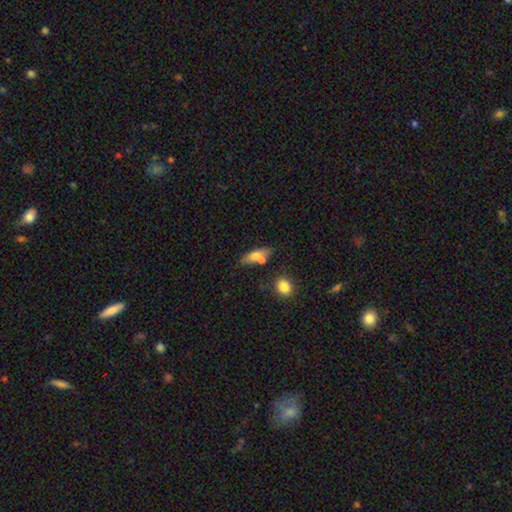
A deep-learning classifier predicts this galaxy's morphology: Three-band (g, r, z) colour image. It shows a smooth galaxy with no disk features (67%) that is in between round and cigar-shaped (59%). Merging: none (59%).